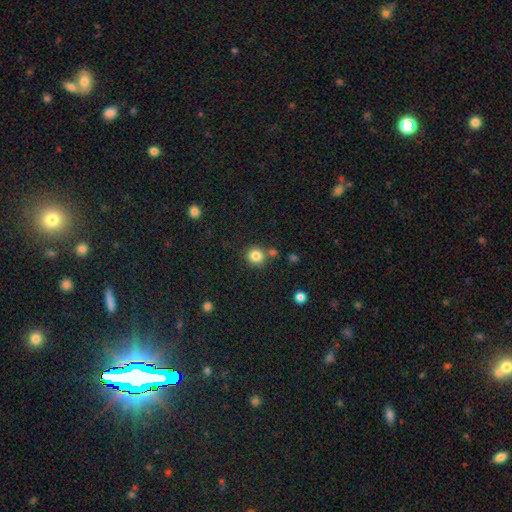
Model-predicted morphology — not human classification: Smooth or featured? Predicted: smooth (p=0.84). How rounded? Predicted: round (p=0.90). Merging? Predicted: none (p=0.77).